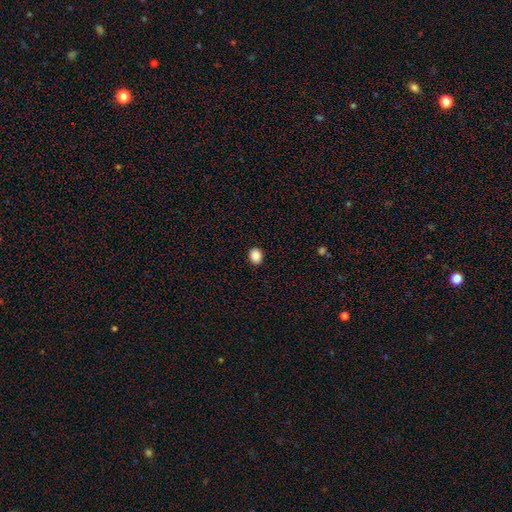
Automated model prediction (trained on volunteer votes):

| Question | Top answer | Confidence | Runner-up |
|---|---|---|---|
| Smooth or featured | smooth | 89% | star or artifact (9%) |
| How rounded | round | 55% | in between (45%) |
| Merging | none | 91% | minor disturbance (6%) |